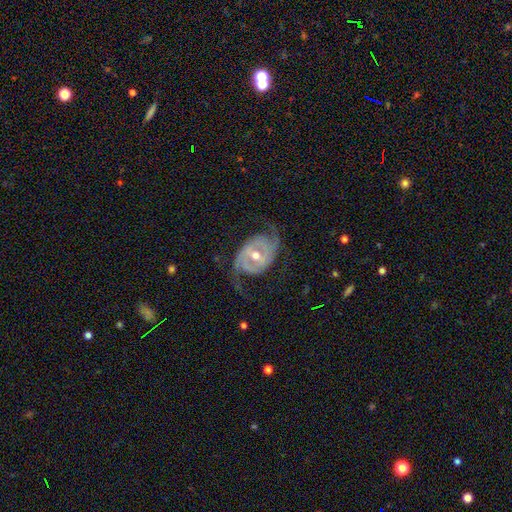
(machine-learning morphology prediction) smooth_or_featured: featured or disk (p=0.88) [alt: smooth p=0.07]
disk_edge_on: no (p=0.96) [alt: yes p=0.04]
bar: weak (p=0.42) [alt: strong p=0.36]
has_spiral_arms: yes (p=0.95) [alt: no p=0.05]
spiral_winding: medium (p=0.43) [alt: loose p=0.35]
spiral_arm_count: 2 (p=0.82) [alt: 3 p=0.06]
bulge_size: moderate (p=0.67) [alt: small p=0.29]
merging: none (p=0.68) [alt: minor disturbance p=0.16]